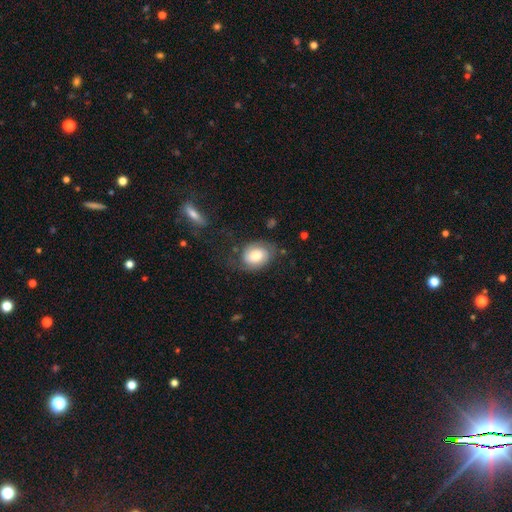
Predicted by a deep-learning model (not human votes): This appears to be a smooth galaxy with no disk features (59%) that is in between round and cigar-shaped (63%). Merging: none (57%).